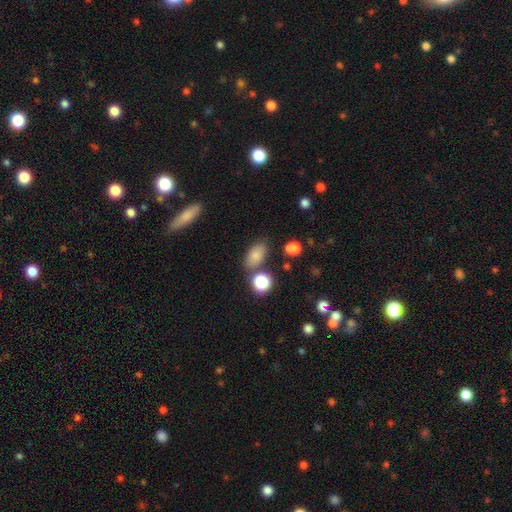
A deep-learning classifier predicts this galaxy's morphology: smooth 80%, star or artifact 12%, featured or disk 9%. Down the decision tree: how rounded — in between (86%); merging — none (74%).